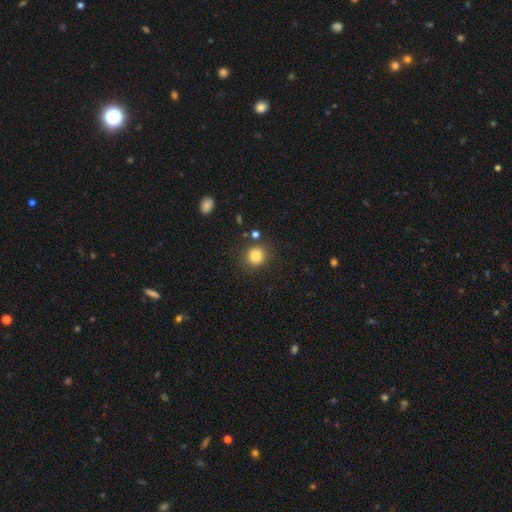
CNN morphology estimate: Overall: smooth (83%). How rounded: round (87%). Merging: none (84%).